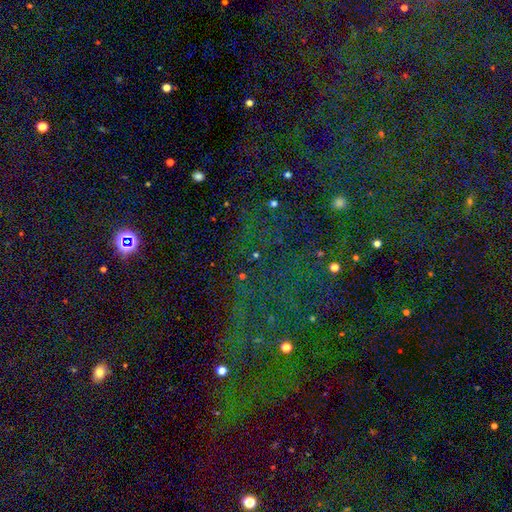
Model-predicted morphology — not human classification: A star or artifact, not a galaxy (73%).